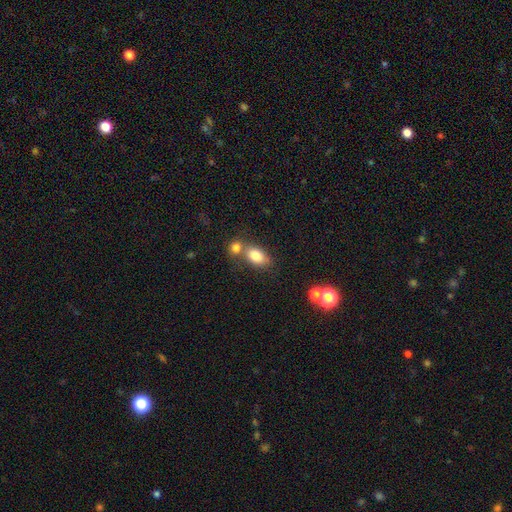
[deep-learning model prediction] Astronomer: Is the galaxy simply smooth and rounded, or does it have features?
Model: smooth — 81%.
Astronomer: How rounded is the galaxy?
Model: in between — 81%.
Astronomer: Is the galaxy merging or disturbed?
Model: none — 44% (runner-up: merger, 41%).